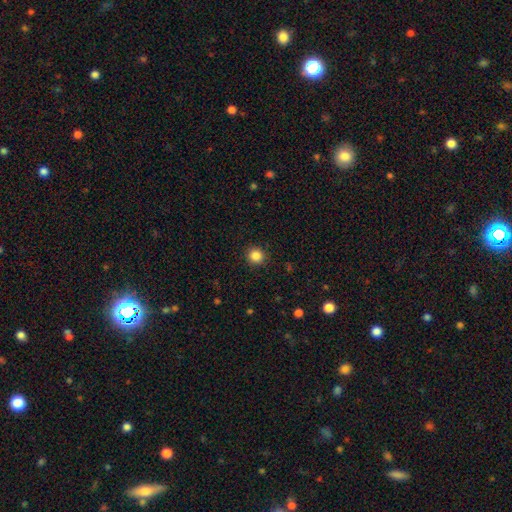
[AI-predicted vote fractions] Smooth or featured: smooth — 85% (star or artifact — 11%)
How rounded: round — 93% (in between — 6%)
Merging: none — 92% (minor disturbance — 5%)